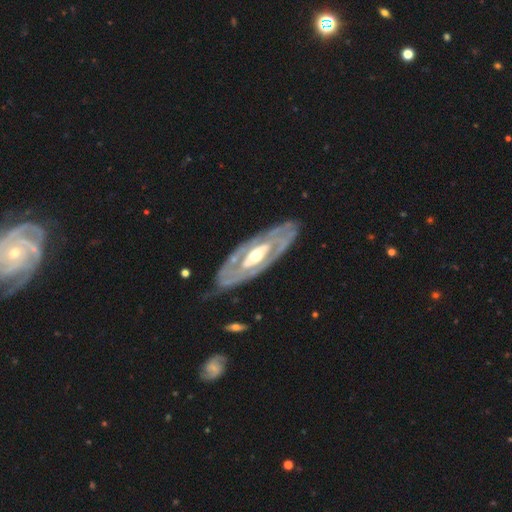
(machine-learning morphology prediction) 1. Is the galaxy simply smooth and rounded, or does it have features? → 85% featured or disk, 12% smooth, 4% star or artifact.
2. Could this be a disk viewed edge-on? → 85% no, 15% yes.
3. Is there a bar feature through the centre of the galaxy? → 54% no, 25% weak, 21% strong.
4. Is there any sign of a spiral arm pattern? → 64% yes, 36% no.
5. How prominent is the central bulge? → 70% moderate, 17% small, 10% large, 1% dominant, 1% none.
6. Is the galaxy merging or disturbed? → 75% none, 16% minor disturbance, 7% major disturbance, 2% merger.